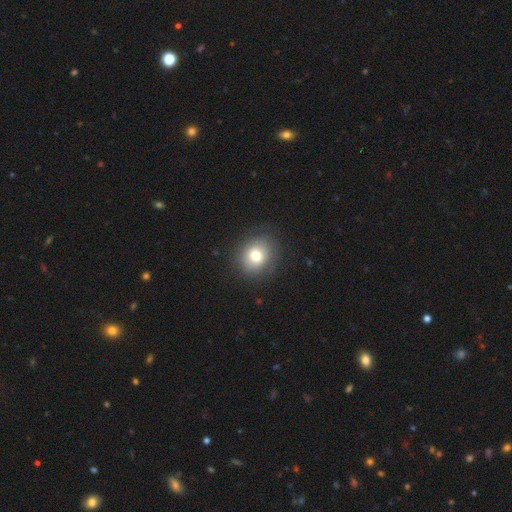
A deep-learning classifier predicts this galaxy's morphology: Smooth or featured: smooth — 77% (featured or disk — 13%)
How rounded: round — 70% (in between — 29%)
Merging: none — 84% (minor disturbance — 11%)